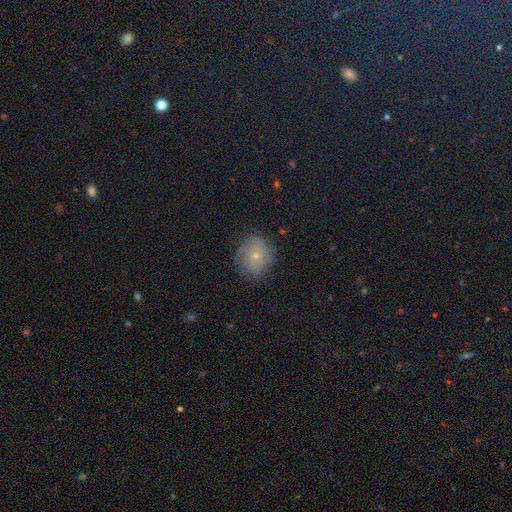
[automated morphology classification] type=smooth (43%); merging=none (74%).